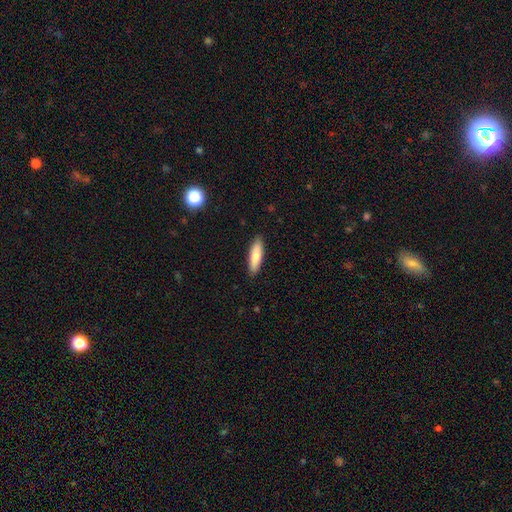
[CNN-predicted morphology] Q: Smooth or featured?
A: smooth (84%); runner-up: featured or disk (11%)
Q: How rounded?
A: cigar-shaped (60%); runner-up: in between (39%)
Q: Merging?
A: none (89%); runner-up: minor disturbance (8%)